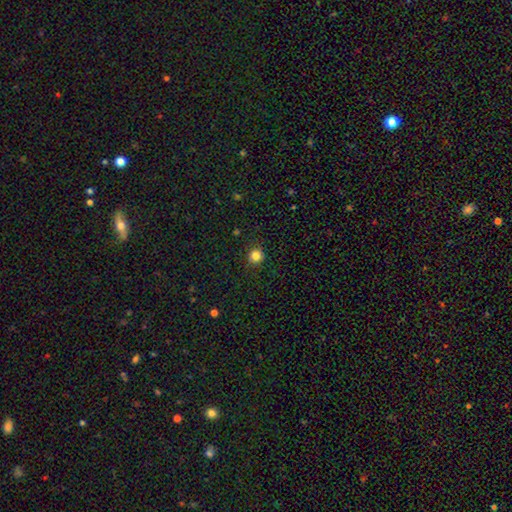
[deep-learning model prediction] Q: Smooth or featured?
A: smooth (83%); runner-up: star or artifact (12%)
Q: How rounded?
A: round (93%); runner-up: in between (6%)
Q: Merging?
A: none (90%); runner-up: minor disturbance (7%)